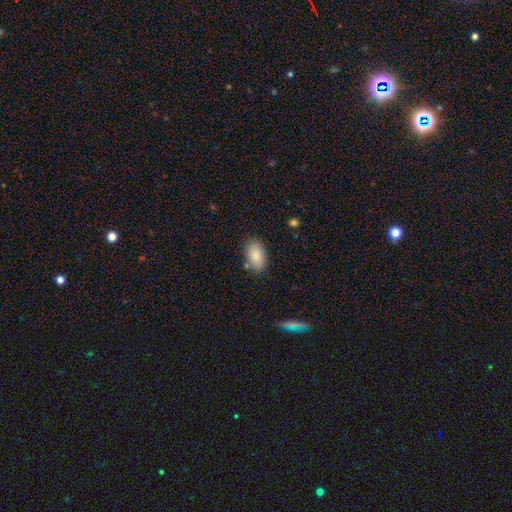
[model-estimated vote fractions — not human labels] Smooth or featured: smooth — 87% (star or artifact — 7%)
How rounded: in between — 92% (round — 6%)
Merging: none — 80% (minor disturbance — 13%)